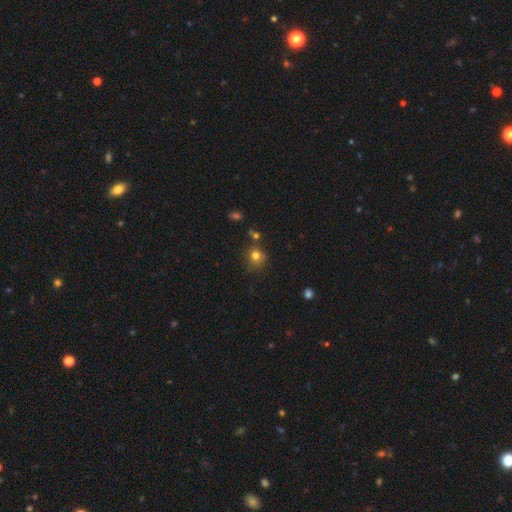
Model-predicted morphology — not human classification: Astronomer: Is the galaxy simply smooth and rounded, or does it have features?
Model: smooth — 77%.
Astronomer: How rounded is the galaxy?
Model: round — 87%.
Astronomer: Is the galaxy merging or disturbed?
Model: none — 72%.